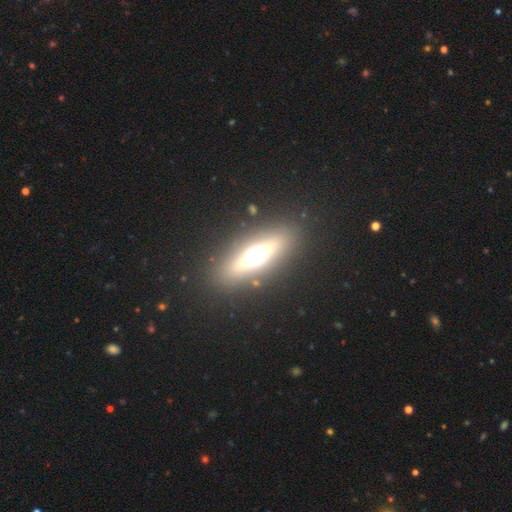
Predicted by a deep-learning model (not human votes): A featured or disk galaxy (50%) viewed edge-on (82%). Merging: none (86%).